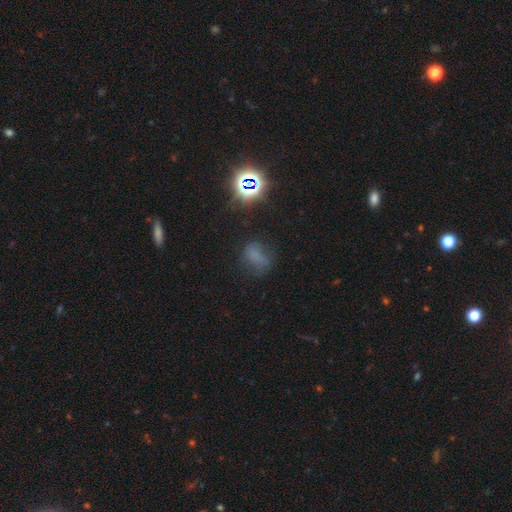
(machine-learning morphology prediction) type=smooth (48%); merging=none (48%).